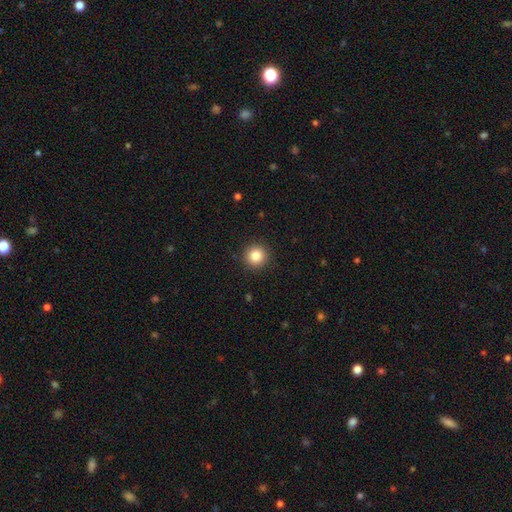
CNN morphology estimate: This appears to be a smooth galaxy with no disk features (84%) that is round (95%). Merging: none (92%).